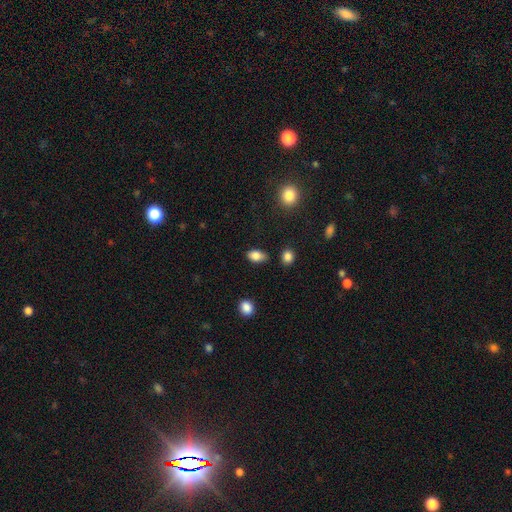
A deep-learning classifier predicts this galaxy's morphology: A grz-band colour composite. It shows a smooth galaxy with no disk features (84%) that is in between round and cigar-shaped (88%). Merging: none (80%).